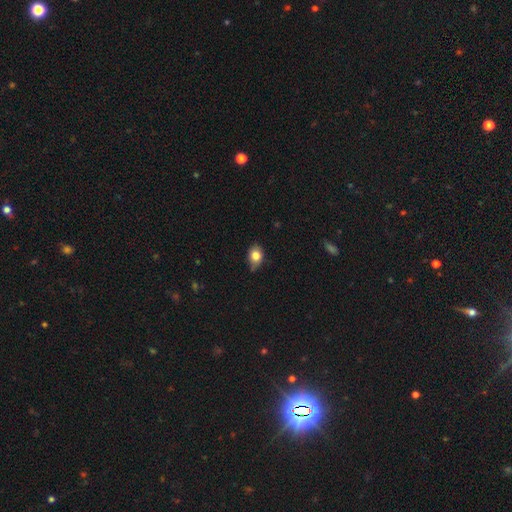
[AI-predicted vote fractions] Smooth or featured?
  - smooth: 79% *
  - featured or disk: 12%
  - star or artifact: 9%
How rounded?
  - in between: 59% *
  - round: 39%
  - cigar-shaped: 2%
Merging?
  - none: 54% *
  - minor disturbance: 37%
  - major disturbance: 7%
  - merger: 2%